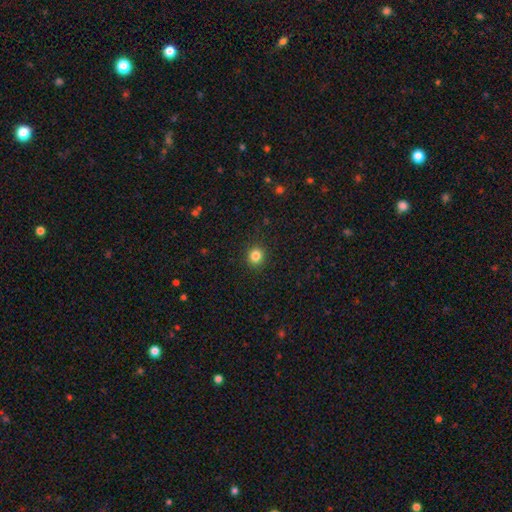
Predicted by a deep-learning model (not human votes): The model was most divided on "how rounded": round: 86%, in between: 14%, cigar-shaped: 1%. More confident: merging — none (91%); smooth or featured — smooth (84%).